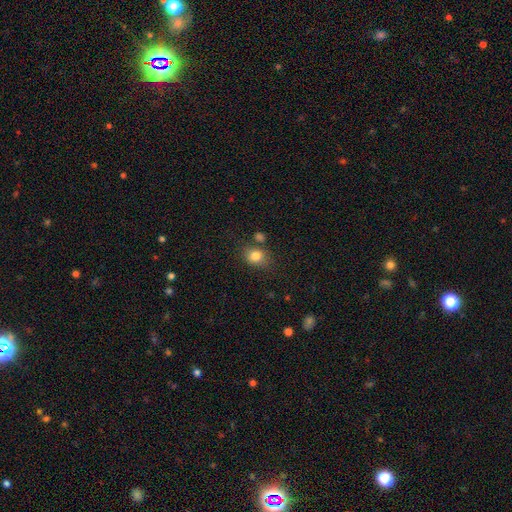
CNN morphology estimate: Smooth or featured? smooth (81%)
How rounded? round (51%)
Merging? none (69%)